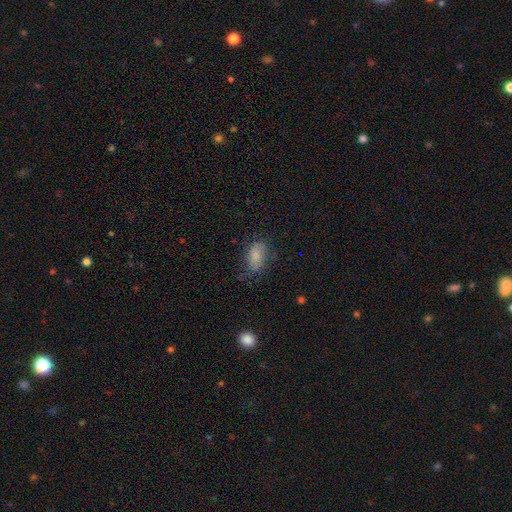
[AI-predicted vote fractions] This is likely a smooth galaxy (76%). How rounded: clearly in between (88%). Merging: likely none (60%).